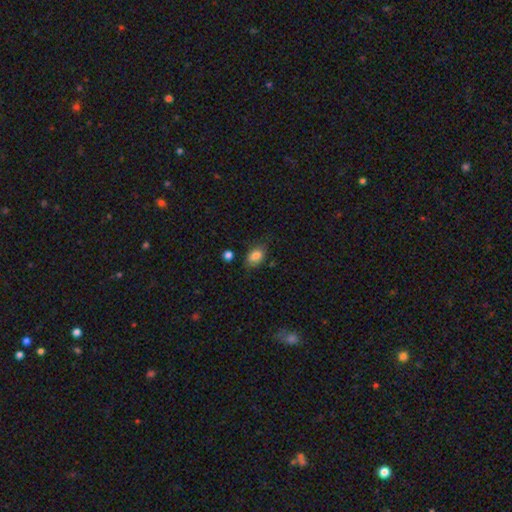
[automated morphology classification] A smooth galaxy with no disk features (82%) that is in between round and cigar-shaped (86%).

Vote fractions:
- Smooth or featured? smooth: 82% / featured or disk: 10% / star or artifact: 8%
- How rounded? in between: 86% / round: 13% / cigar-shaped: 2%
- Merging? none: 69% / minor disturbance: 23% / major disturbance: 5% / merger: 3%